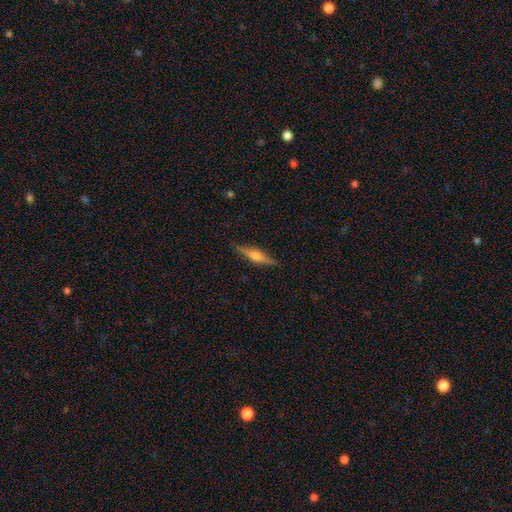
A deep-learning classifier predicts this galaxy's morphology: featured or disk 72%, smooth 22%, star or artifact 6%. Down the decision tree: edge-on disk — yes (97%); edge-on bulge — rounded (89%); merging — none (89%).